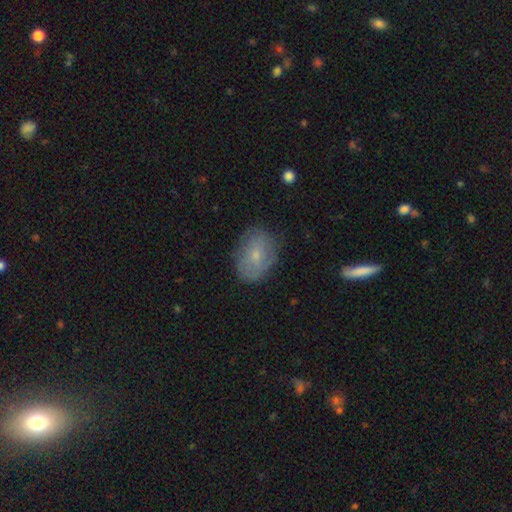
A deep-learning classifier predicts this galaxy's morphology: Smooth or featured? smooth (60%)
How rounded? in between (78%)
Merging? none (74%)